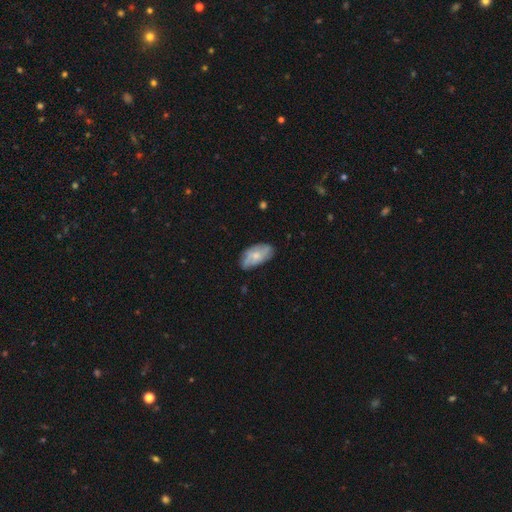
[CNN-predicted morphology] Q: Smooth or featured?
A: smooth (54%); runner-up: featured or disk (39%)
Q: How rounded?
A: in between (93%); runner-up: round (4%)
Q: Merging?
A: none (63%); runner-up: minor disturbance (29%)